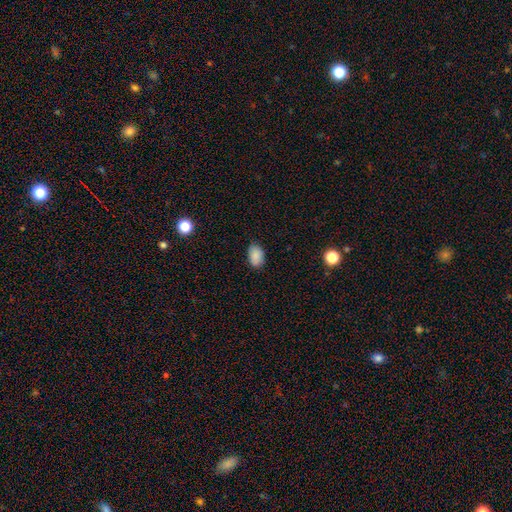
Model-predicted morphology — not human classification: Smooth or featured: smooth — 87% (star or artifact — 8%)
How rounded: in between — 86% (round — 13%)
Merging: none — 80% (minor disturbance — 16%)